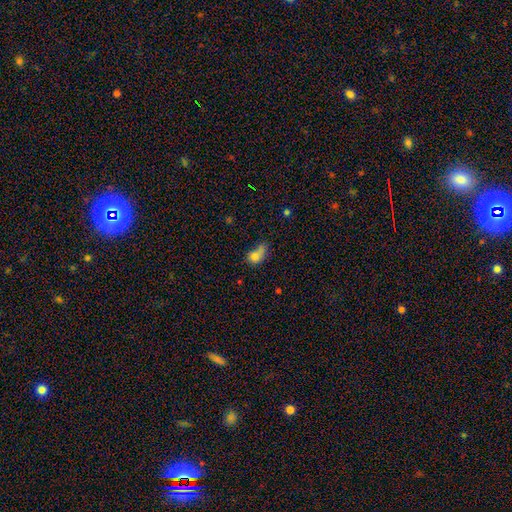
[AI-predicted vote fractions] smooth-or-featured: smooth: 75% | featured or disk: 14% | star or artifact: 11%
  how-rounded: in between: 67% | round: 29% | cigar-shaped: 3%
  merging: major disturbance: 28% | minor disturbance: 27% | none: 26% | merger: 19%